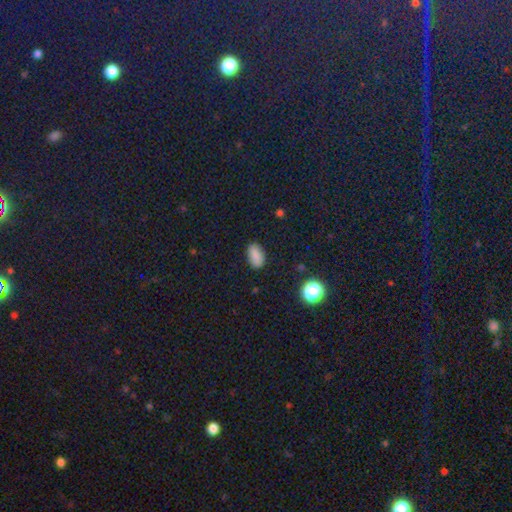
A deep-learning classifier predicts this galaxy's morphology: The model was most divided on "smooth or featured": smooth: 84%, star or artifact: 10%, featured or disk: 5%. More confident: how rounded — in between (92%); merging — none (86%).